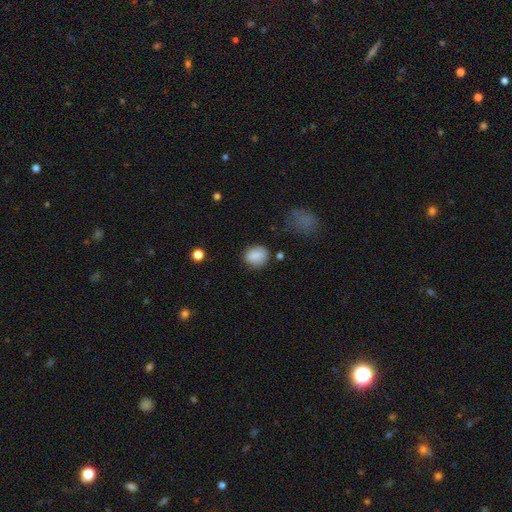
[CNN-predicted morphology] Q: Smooth or featured?
A: smooth (76%); runner-up: featured or disk (15%)
Q: How rounded?
A: round (57%); runner-up: in between (41%)
Q: Merging?
A: none (77%); runner-up: minor disturbance (15%)